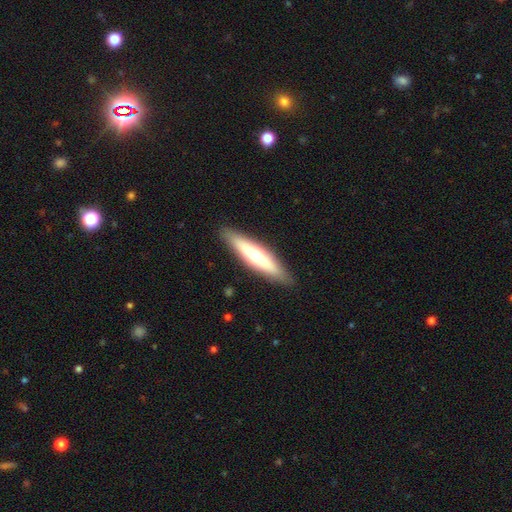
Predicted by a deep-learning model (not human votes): Smooth or featured? smooth (51%)
How rounded? cigar-shaped (81%)
Merging? none (88%)